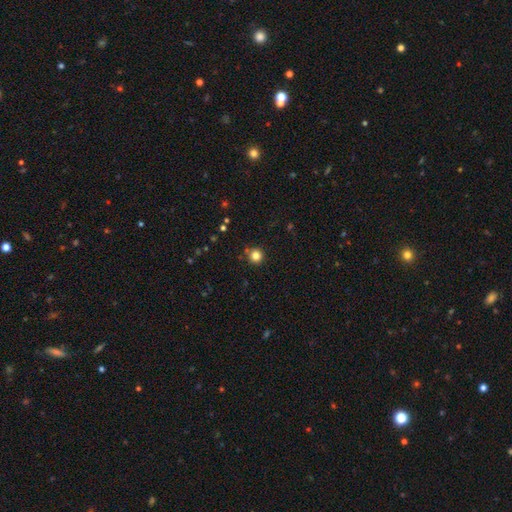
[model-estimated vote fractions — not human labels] This is clearly a smooth galaxy (82%). How rounded: clearly round (95%). Merging: clearly none (88%).